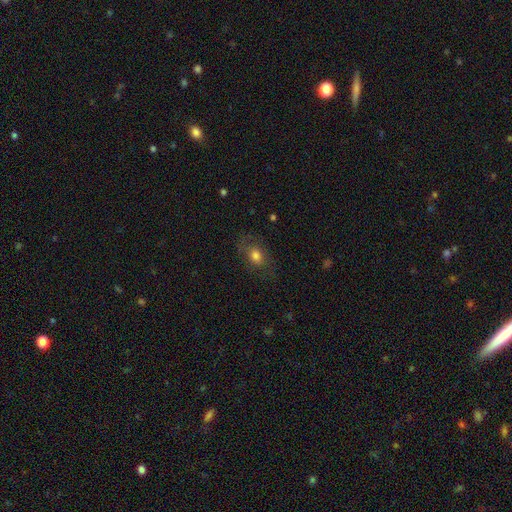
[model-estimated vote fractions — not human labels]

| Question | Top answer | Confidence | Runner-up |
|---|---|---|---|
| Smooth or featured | smooth | 71% | featured or disk (18%) |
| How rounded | in between | 71% | round (27%) |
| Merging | none | 70% | minor disturbance (18%) |